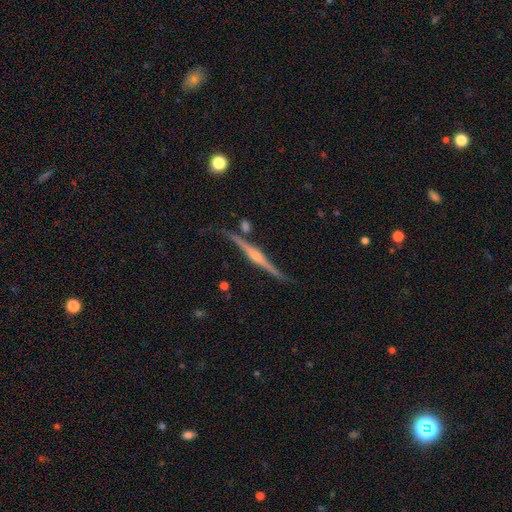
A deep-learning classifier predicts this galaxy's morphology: featured or disk 87%, smooth 8%, star or artifact 5%. Down the decision tree: edge-on disk — yes (98%); edge-on bulge — rounded (84%); merging — none (83%).